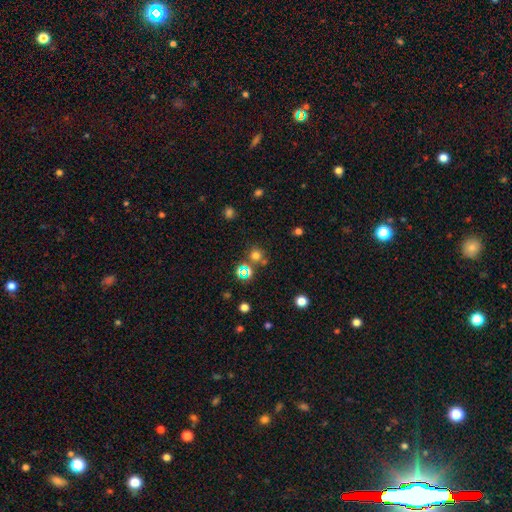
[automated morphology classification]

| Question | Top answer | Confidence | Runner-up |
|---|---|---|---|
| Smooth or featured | smooth | 64% | star or artifact (29%) |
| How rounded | round | 90% | in between (8%) |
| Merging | none | 70% | merger (17%) |